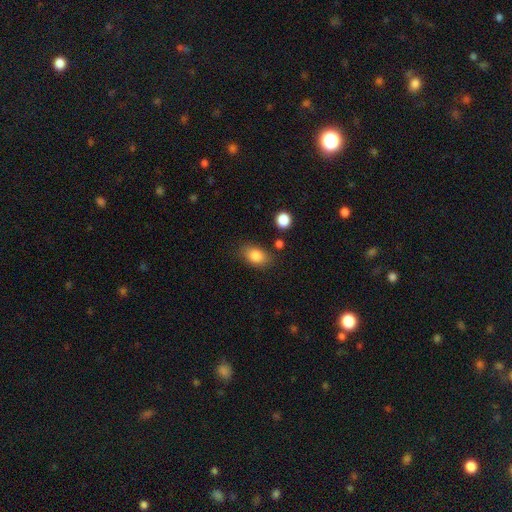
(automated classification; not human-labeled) smooth_or_featured: smooth (p=0.84) [alt: star or artifact p=0.08]
how_rounded: in between (p=0.83) [alt: round p=0.15]
merging: none (p=0.78) [alt: minor disturbance p=0.14]